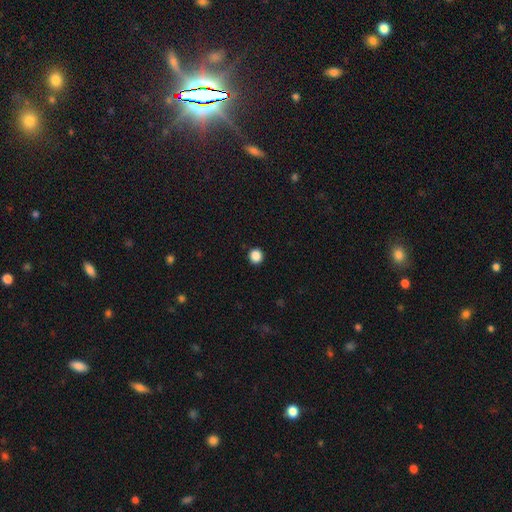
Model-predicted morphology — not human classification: Smooth or featured?
  - smooth: 87% *
  - star or artifact: 11%
  - featured or disk: 2%
How rounded?
  - round: 91% *
  - in between: 8%
  - cigar-shaped: 1%
Merging?
  - none: 93% *
  - minor disturbance: 5%
  - major disturbance: 2%
  - merger: 1%